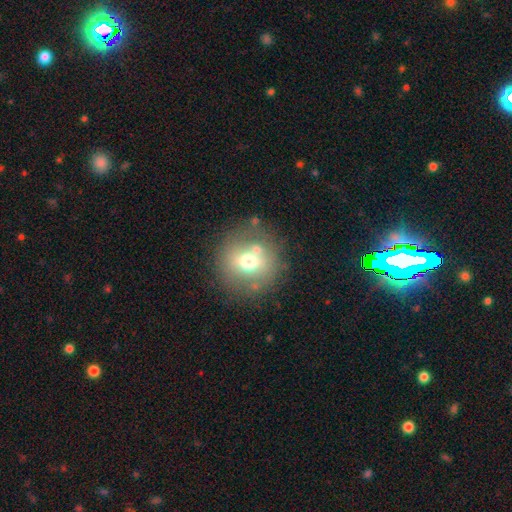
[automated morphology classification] Smooth or featured? Predicted: smooth (p=0.51). How rounded? Predicted: round (p=0.89). Merging? Predicted: none (p=0.78).